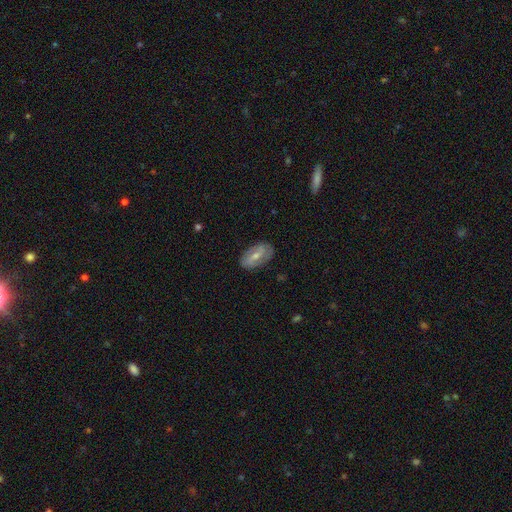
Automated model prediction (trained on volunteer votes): The model was most divided on "smooth or featured": featured or disk: 53%, smooth: 40%, star or artifact: 6%. More confident: edge-on disk — no (90%); merging — none (83%).